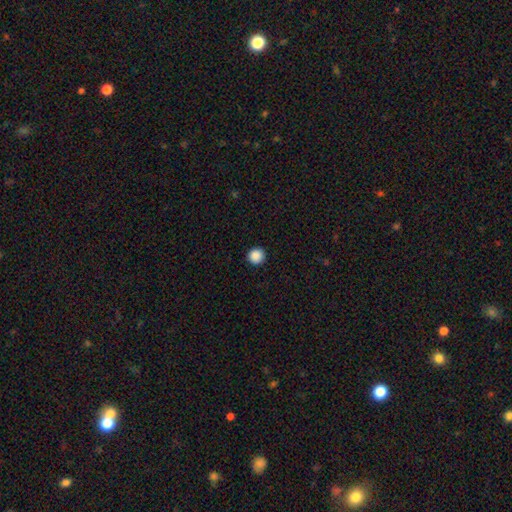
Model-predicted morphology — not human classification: Smooth or featured: smooth — 88% (star or artifact — 9%)
How rounded: round — 95% (in between — 4%)
Merging: none — 93% (minor disturbance — 5%)